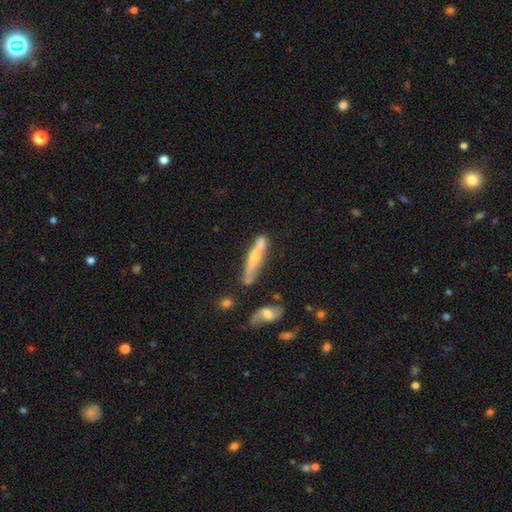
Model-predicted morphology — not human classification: A featured or disk galaxy (61%) viewed edge-on (82%) with a rounded central bulge (81%). Merging: none (53%).